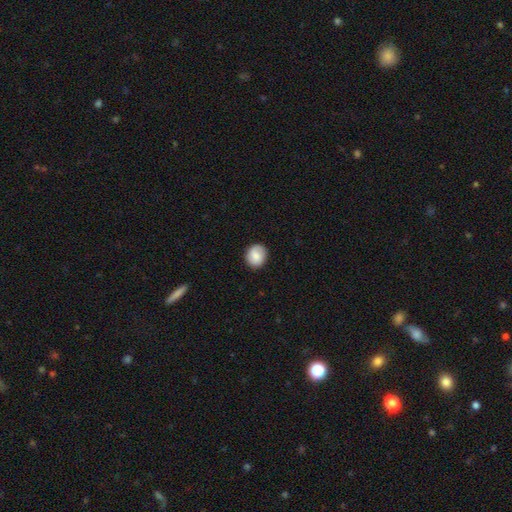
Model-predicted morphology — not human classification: smooth-or-featured: smooth: 79% | featured or disk: 14% | star or artifact: 7%
  how-rounded: round: 74% | in between: 25% | cigar-shaped: 1%
  merging: none: 86% | minor disturbance: 10% | major disturbance: 2% | merger: 1%